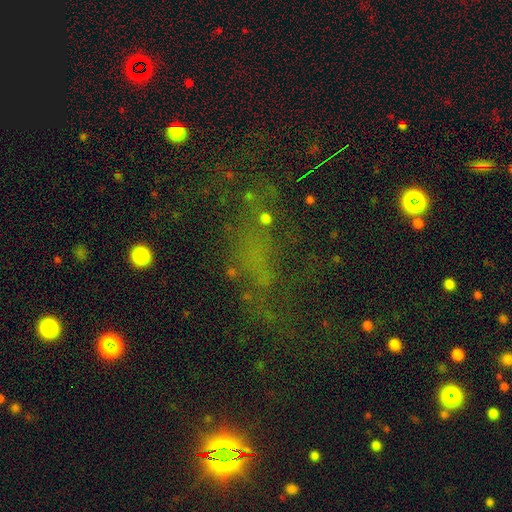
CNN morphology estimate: type=star or artifact (38%).